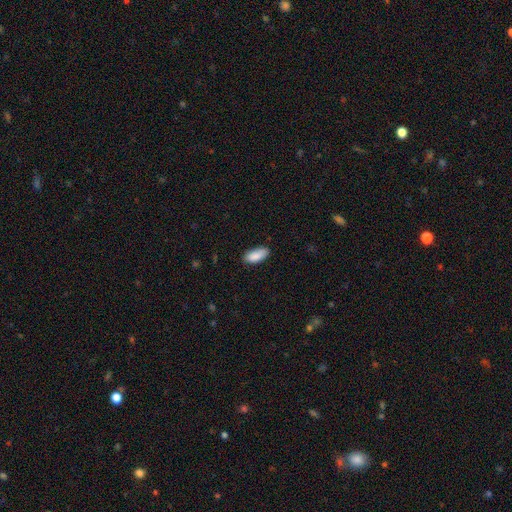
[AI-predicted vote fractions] Smooth or featured: smooth — 89% (star or artifact — 6%)
How rounded: in between — 85% (cigar-shaped — 13%)
Merging: none — 80% (minor disturbance — 16%)